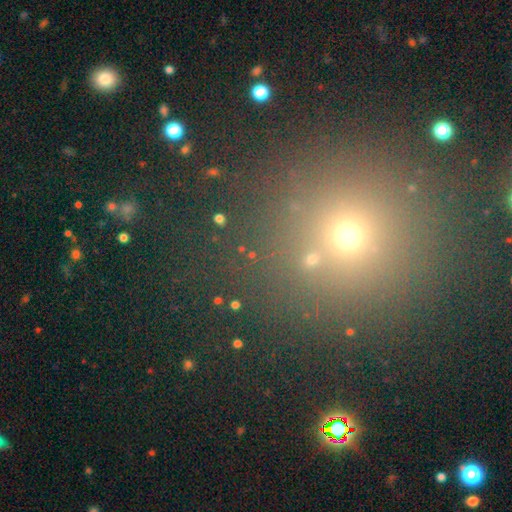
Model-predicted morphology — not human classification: smooth_or_featured: smooth (p=0.46) [tied with: star or artifact p=0.46]
merging: none (p=0.84) [alt: minor disturbance p=0.07]